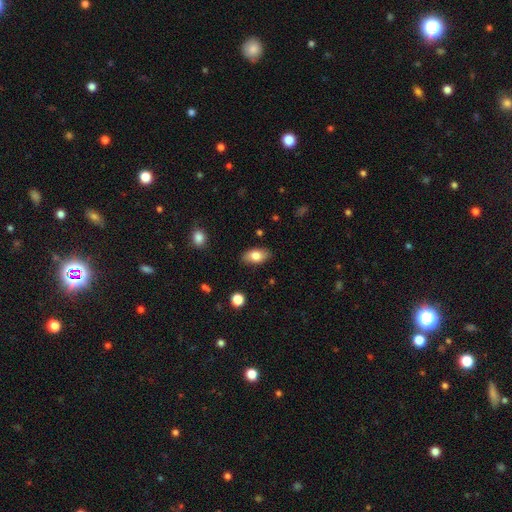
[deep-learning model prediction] smooth-or-featured: smooth: 80% | featured or disk: 13% | star or artifact: 7%
  how-rounded: in between: 92% | round: 5% | cigar-shaped: 3%
  merging: none: 86% | minor disturbance: 11% | major disturbance: 2% | merger: 1%